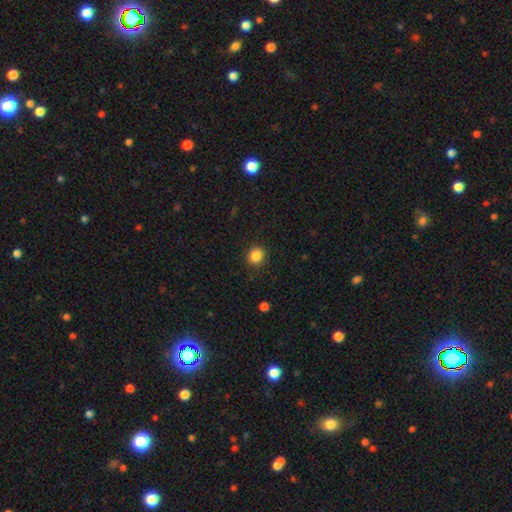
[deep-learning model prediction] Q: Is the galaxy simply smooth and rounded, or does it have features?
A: smooth — 86%.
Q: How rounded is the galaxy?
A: round — 86%.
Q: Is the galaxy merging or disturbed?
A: none — 89%.